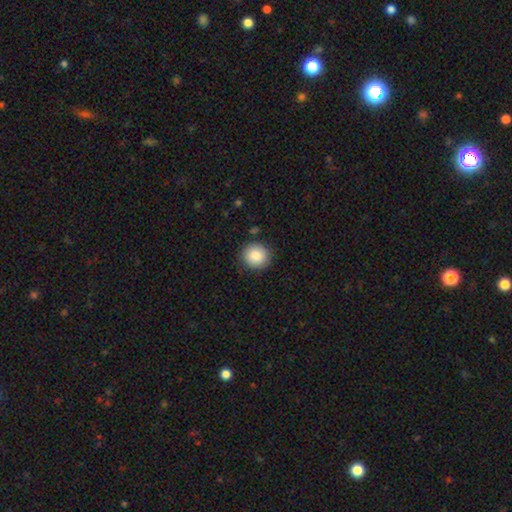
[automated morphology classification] Overall: smooth (87%). How rounded: round (90%). Merging: none (89%).